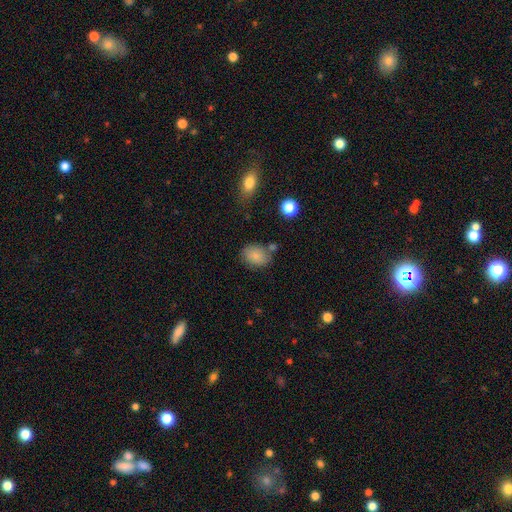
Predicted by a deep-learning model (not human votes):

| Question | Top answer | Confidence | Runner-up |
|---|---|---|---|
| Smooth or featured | smooth | 83% | star or artifact (9%) |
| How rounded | in between | 66% | round (33%) |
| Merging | none | 70% | minor disturbance (16%) |